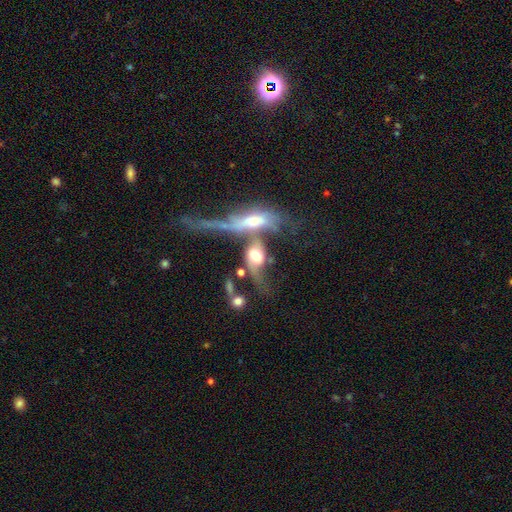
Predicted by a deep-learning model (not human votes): Smooth or featured? featured or disk (57%)
Edge-on disk? no (68%)
Merging? merger (61%)